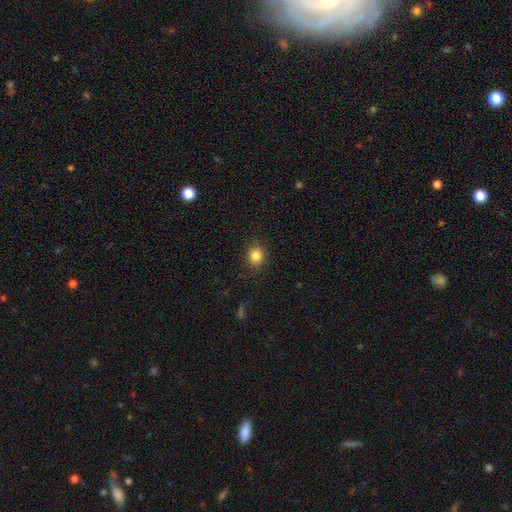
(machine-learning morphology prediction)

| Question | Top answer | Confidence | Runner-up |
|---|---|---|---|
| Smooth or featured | smooth | 84% | star or artifact (11%) |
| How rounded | round | 82% | in between (17%) |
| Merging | none | 89% | minor disturbance (8%) |